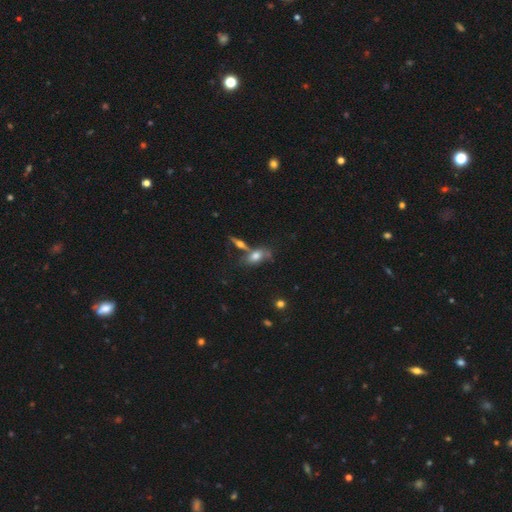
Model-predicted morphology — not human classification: Q: Smooth or featured?
A: smooth (63%); runner-up: featured or disk (26%)
Q: How rounded?
A: in between (78%); runner-up: cigar-shaped (13%)
Q: Merging?
A: none (46%); runner-up: merger (31%)